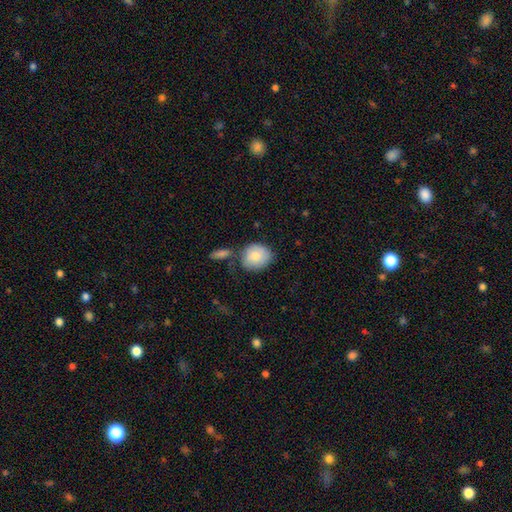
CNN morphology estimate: Smooth or featured? Predicted: smooth (p=0.81). How rounded? Predicted: round (p=0.71). Merging? Predicted: none (p=0.60).